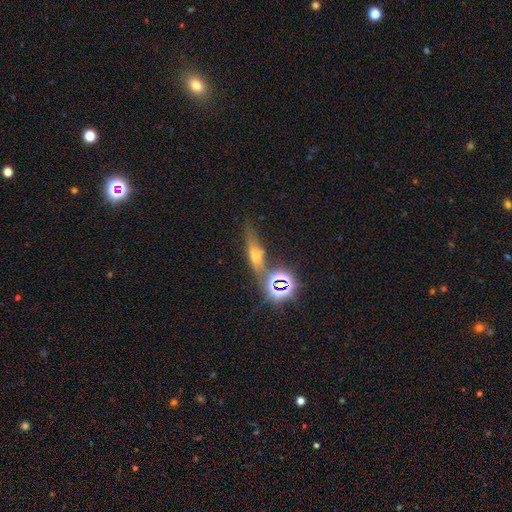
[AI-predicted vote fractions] Smooth or featured: featured or disk — 36% (star or artifact — 33%)
Merging: none — 69% (minor disturbance — 13%)